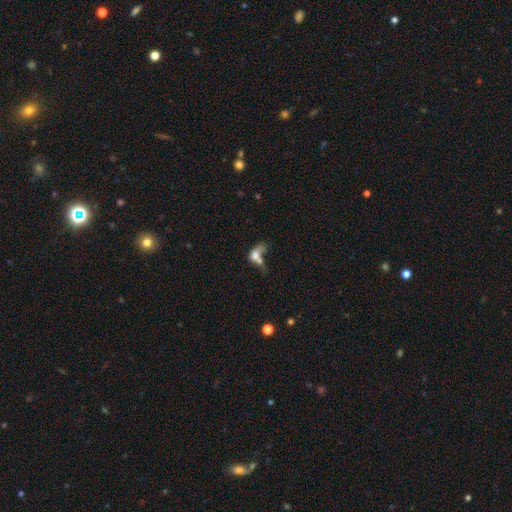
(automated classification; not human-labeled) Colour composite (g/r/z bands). It shows a smooth galaxy with no disk features (63%) that is in between round and cigar-shaped (66%). Merging: merger (58%).